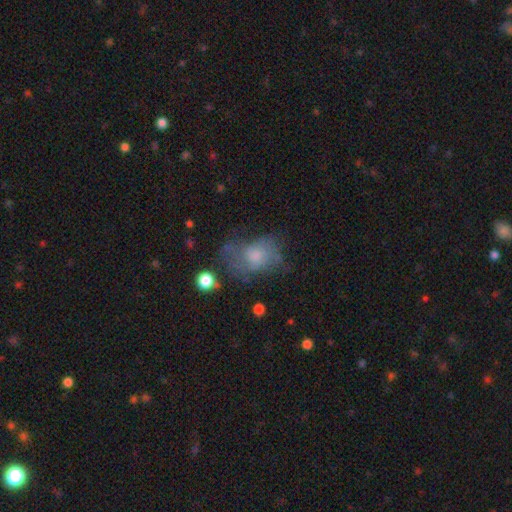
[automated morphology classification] This is possibly a smooth galaxy (53%). How rounded: likely in between (67%). Merging: possibly none (45%).